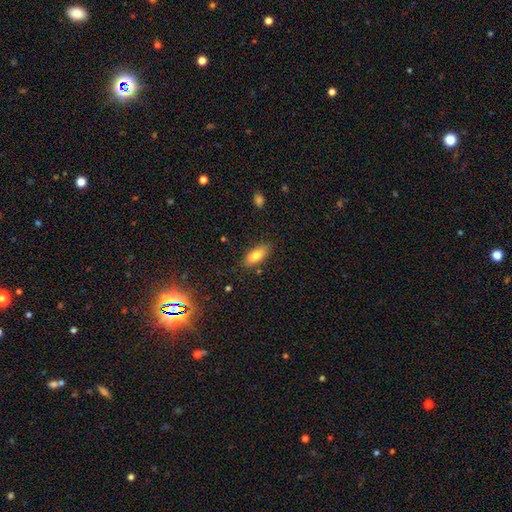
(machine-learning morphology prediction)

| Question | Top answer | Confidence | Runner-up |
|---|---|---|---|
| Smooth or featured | smooth | 77% | featured or disk (15%) |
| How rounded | in between | 75% | cigar-shaped (23%) |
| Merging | none | 81% | minor disturbance (13%) |